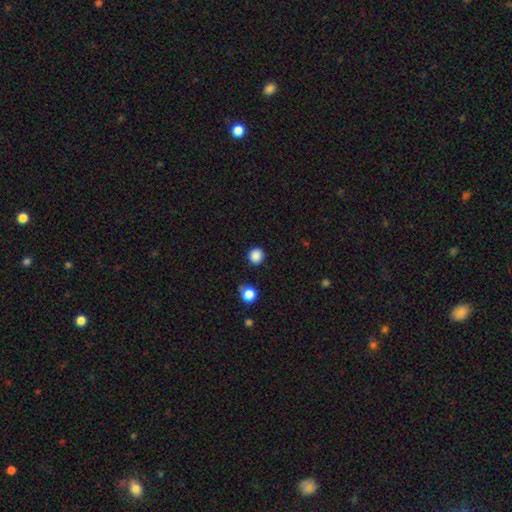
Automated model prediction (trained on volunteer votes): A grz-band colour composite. It shows a smooth galaxy with no disk features (86%) that is round (92%). Merging: none (88%).